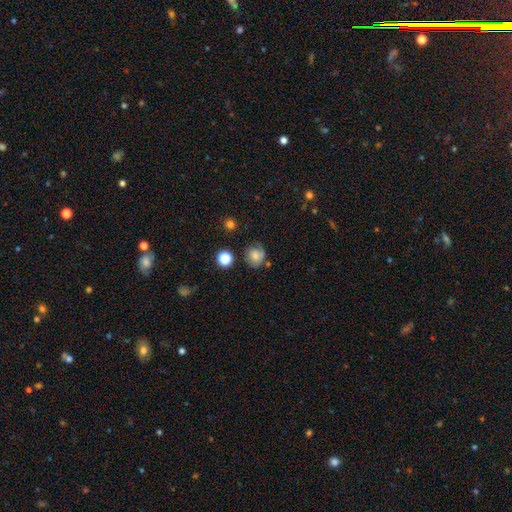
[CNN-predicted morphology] smooth 68%, featured or disk 19%, star or artifact 13%. Down the decision tree: how rounded — round (76%); merging — none (62%).